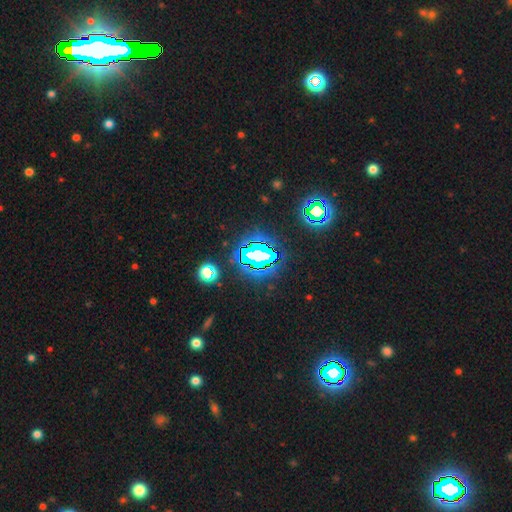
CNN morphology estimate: smooth_or_featured: star or artifact (p=0.81) [alt: smooth p=0.11]